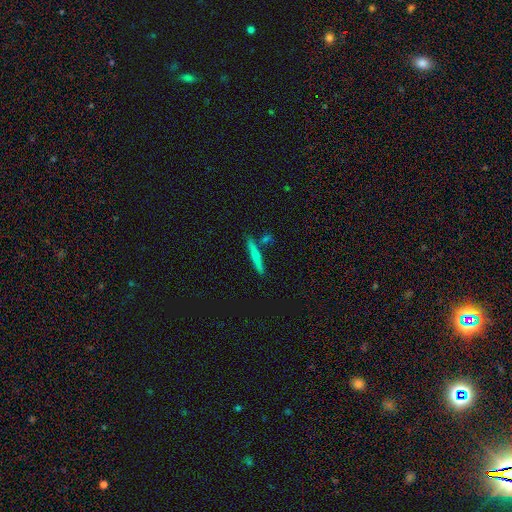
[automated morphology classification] smooth 47%, featured or disk 46%, star or artifact 7%. Down the decision tree: merging — none (80%).